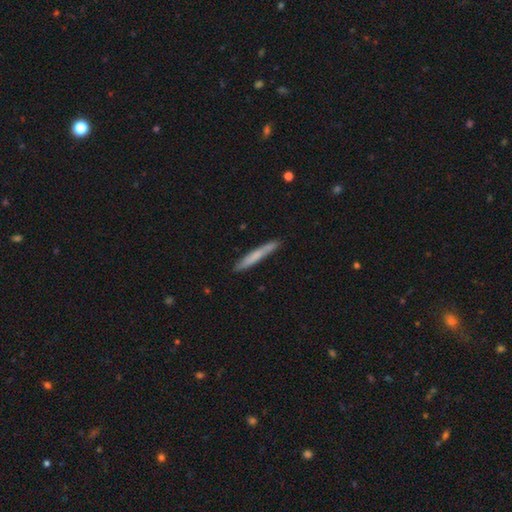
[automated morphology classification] This is likely a smooth galaxy (63%). How rounded: clearly cigar-shaped (96%). Merging: clearly none (88%).